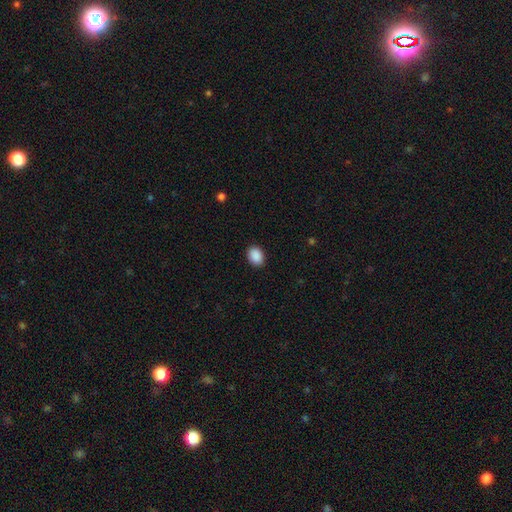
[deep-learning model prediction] smooth-or-featured: smooth: 90% | star or artifact: 8% | featured or disk: 2%
  how-rounded: in between: 70% | round: 29% | cigar-shaped: 1%
  merging: none: 90% | minor disturbance: 7% | major disturbance: 2% | merger: 1%